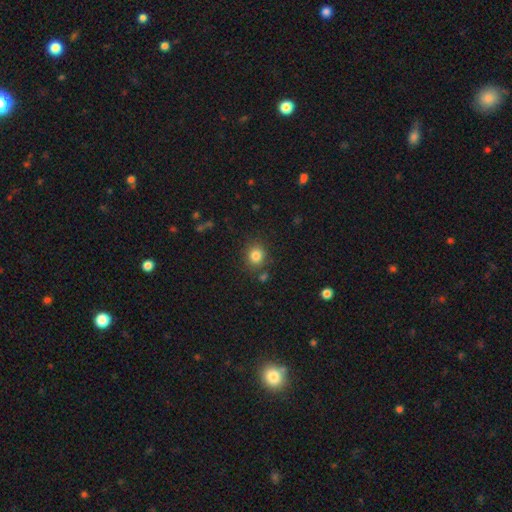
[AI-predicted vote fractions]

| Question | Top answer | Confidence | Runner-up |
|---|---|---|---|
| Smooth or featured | smooth | 83% | star or artifact (11%) |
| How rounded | round | 82% | in between (17%) |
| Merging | none | 82% | minor disturbance (10%) |